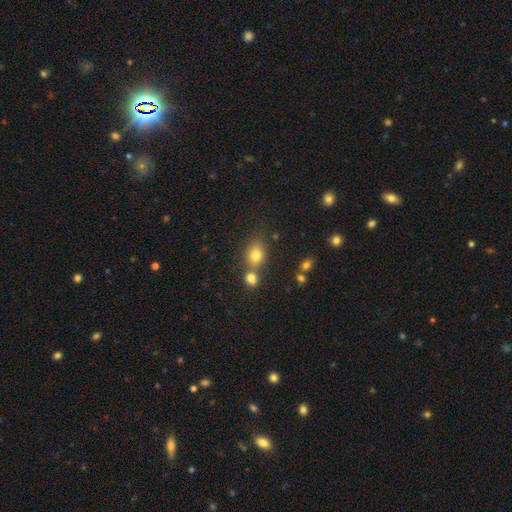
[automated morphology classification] smooth-or-featured: smooth: 77% | star or artifact: 14% | featured or disk: 9%
  how-rounded: round: 56% | in between: 42% | cigar-shaped: 1%
  merging: none: 54% | merger: 32% | minor disturbance: 10% | major disturbance: 4%